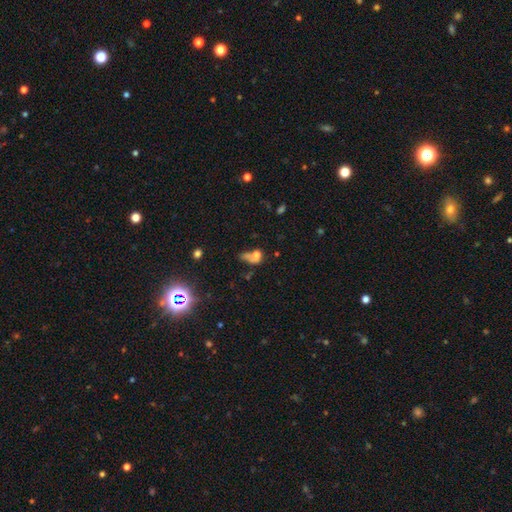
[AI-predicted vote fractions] smooth 59%, featured or disk 22%, star or artifact 18%. Down the decision tree: how rounded — in between (59%); merging — merger (39%).